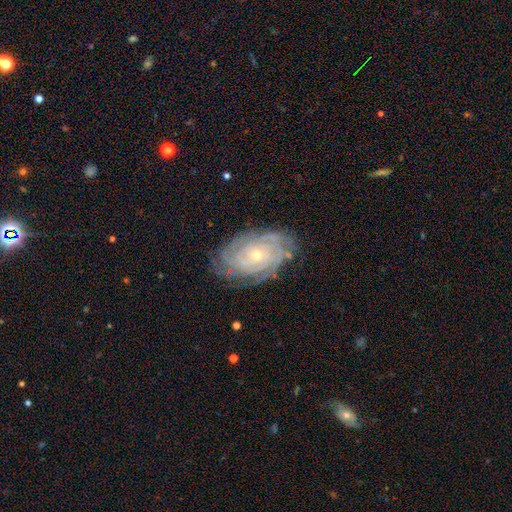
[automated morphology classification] Smooth or featured? Predicted: featured or disk (p=0.78). Edge-on disk? Predicted: no (p=0.95). Bar? Predicted: no (p=0.77). Spiral arms? Predicted: yes (p=0.94). Spiral winding? Predicted: tight (p=0.80). Spiral arm count? Predicted: can't tell (p=0.40). Bulge size? Predicted: small (p=0.70). Merging? Predicted: none (p=0.81).